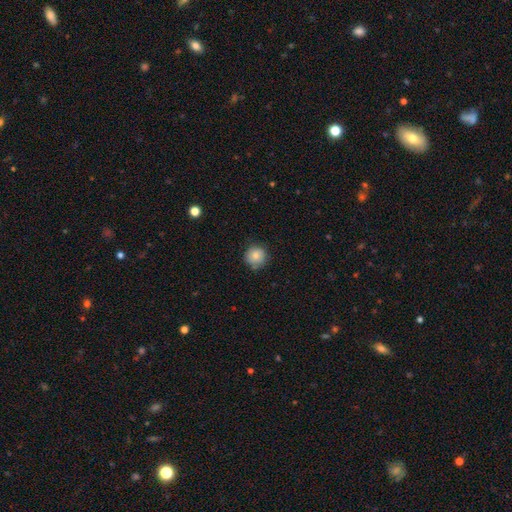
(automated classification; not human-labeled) Smooth or featured?
  - smooth: 80% *
  - featured or disk: 10%
  - star or artifact: 9%
How rounded?
  - round: 94% *
  - in between: 5%
  - cigar-shaped: 1%
Merging?
  - none: 82% *
  - minor disturbance: 14%
  - major disturbance: 3%
  - merger: 2%